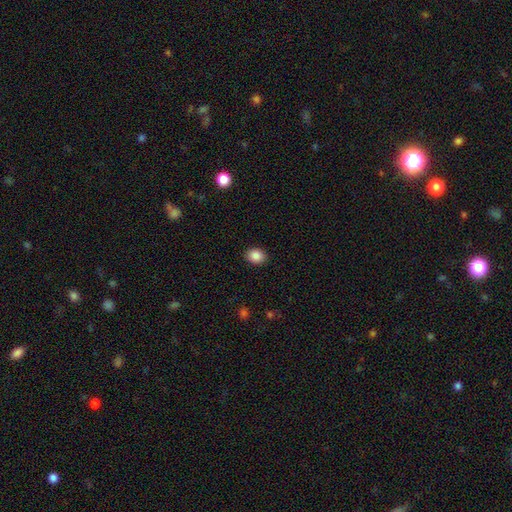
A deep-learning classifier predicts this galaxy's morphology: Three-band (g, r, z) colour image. It shows a smooth galaxy with no disk features (88%) that is in between round and cigar-shaped (55%). Merging: none (90%).